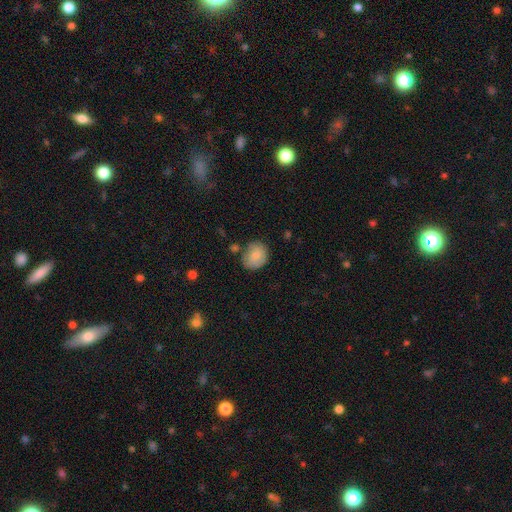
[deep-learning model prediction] Q: Smooth or featured?
A: smooth (80%); runner-up: featured or disk (13%)
Q: How rounded?
A: round (68%); runner-up: in between (31%)
Q: Merging?
A: none (68%); runner-up: minor disturbance (20%)